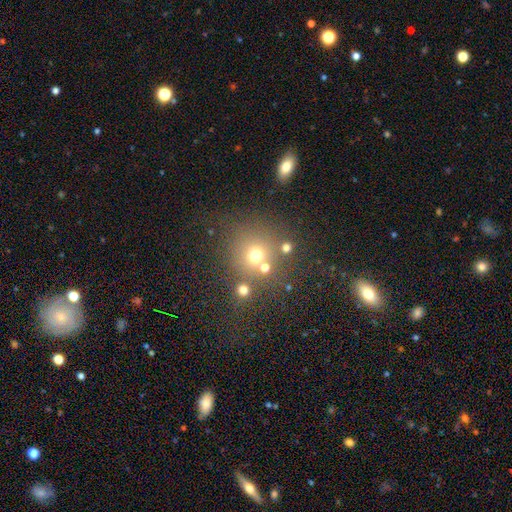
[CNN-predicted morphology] The model was most divided on "smooth or featured": smooth: 66%, star or artifact: 22%, featured or disk: 12%. More confident: how rounded — round (90%); merging — none (68%).